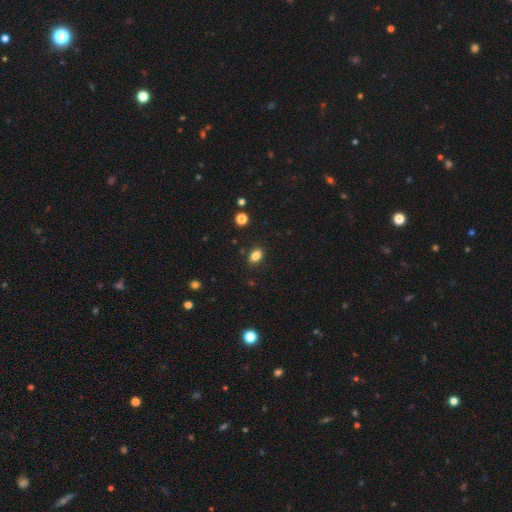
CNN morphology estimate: Smooth or featured: smooth — 84% (star or artifact — 11%)
How rounded: in between — 77% (round — 21%)
Merging: none — 86% (minor disturbance — 9%)